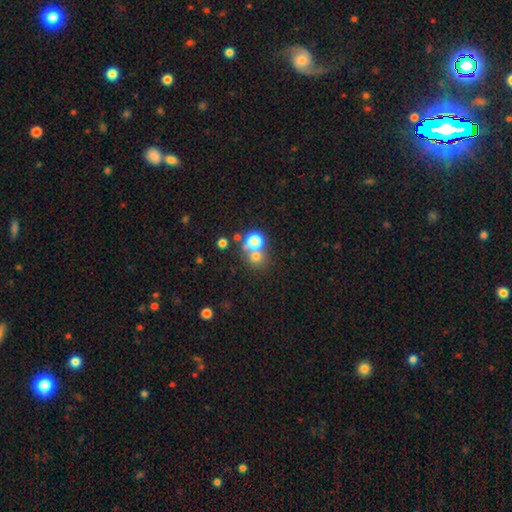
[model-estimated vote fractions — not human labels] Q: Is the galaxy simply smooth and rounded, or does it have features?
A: smooth — 69%.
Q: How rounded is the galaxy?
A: round — 84%.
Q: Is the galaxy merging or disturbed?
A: none — 49%.